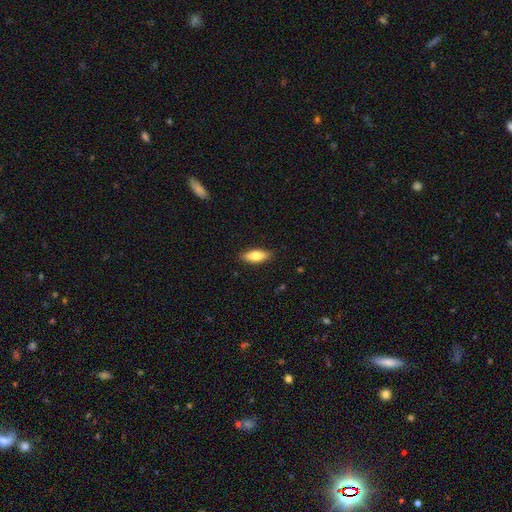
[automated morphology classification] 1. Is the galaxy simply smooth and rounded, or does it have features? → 81% smooth, 13% featured or disk, 6% star or artifact.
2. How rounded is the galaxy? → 72% in between, 26% cigar-shaped, 2% round.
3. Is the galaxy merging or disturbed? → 88% none, 9% minor disturbance, 2% major disturbance, 1% merger.